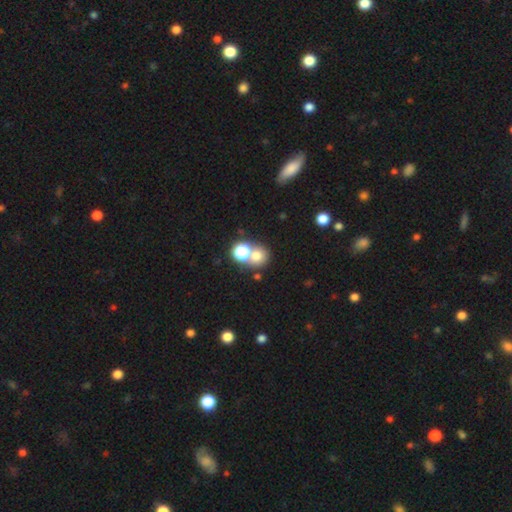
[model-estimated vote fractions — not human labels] This appears to be a smooth galaxy with no disk features (67%) that is round (82%). Merging: none (52%).